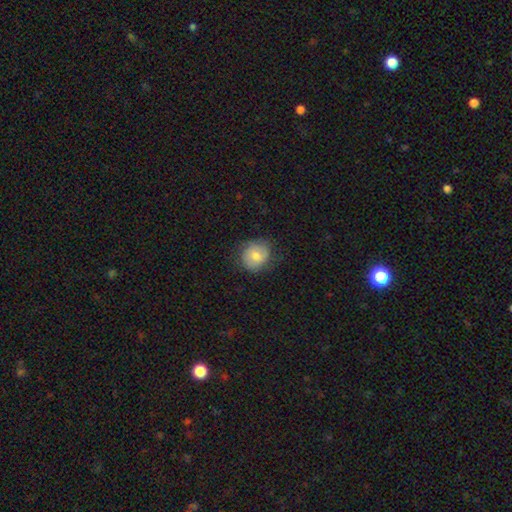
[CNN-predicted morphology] type=smooth (68%); roundness=round (77%); merging=none (72%).